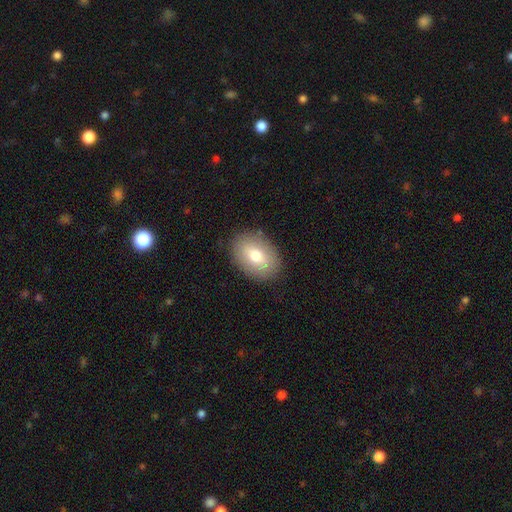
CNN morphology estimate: The model was most divided on "smooth or featured": smooth: 73%, featured or disk: 19%, star or artifact: 8%. More confident: merging — none (85%); how rounded — in between (80%).